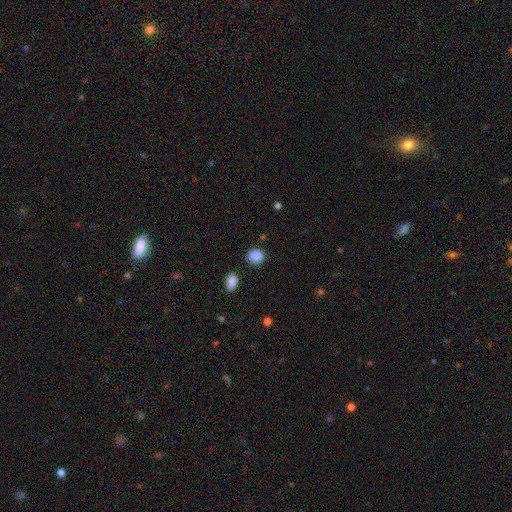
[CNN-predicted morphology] The model was most divided on "how rounded": round: 68%, in between: 31%, cigar-shaped: 1%. More confident: smooth or featured — smooth (87%); merging — none (80%).